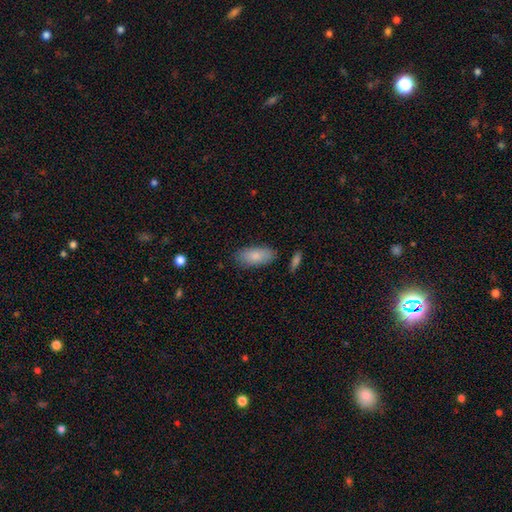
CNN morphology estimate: smooth-or-featured: smooth: 84% | featured or disk: 10% | star or artifact: 6%
  how-rounded: in between: 90% | cigar-shaped: 8% | round: 2%
  merging: none: 82% | minor disturbance: 13% | major disturbance: 3% | merger: 2%